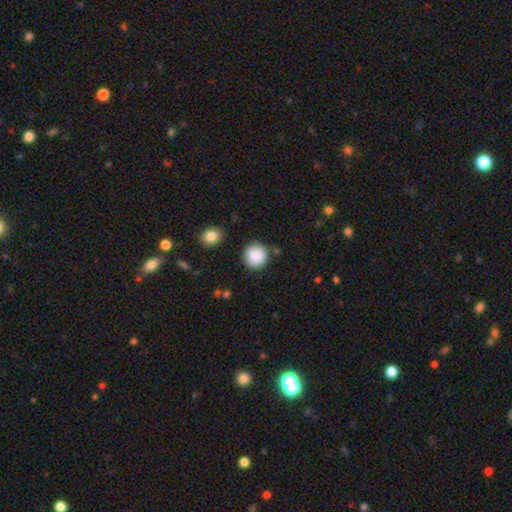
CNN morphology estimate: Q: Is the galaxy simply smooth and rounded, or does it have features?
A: smooth — 87%.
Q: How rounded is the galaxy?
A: round — 93%.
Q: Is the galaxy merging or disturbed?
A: none — 85%.